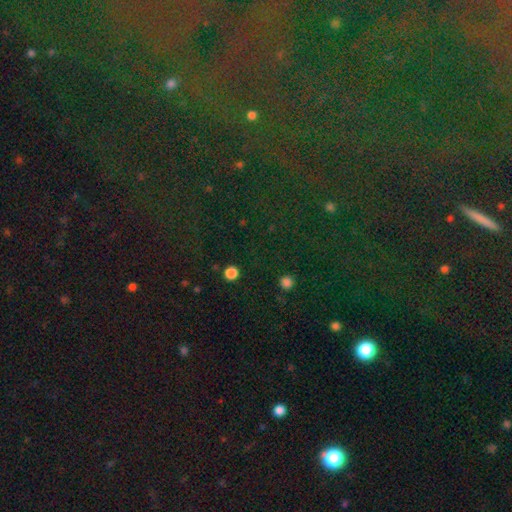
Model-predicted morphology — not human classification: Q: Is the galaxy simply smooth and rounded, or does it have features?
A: star or artifact — 76%.